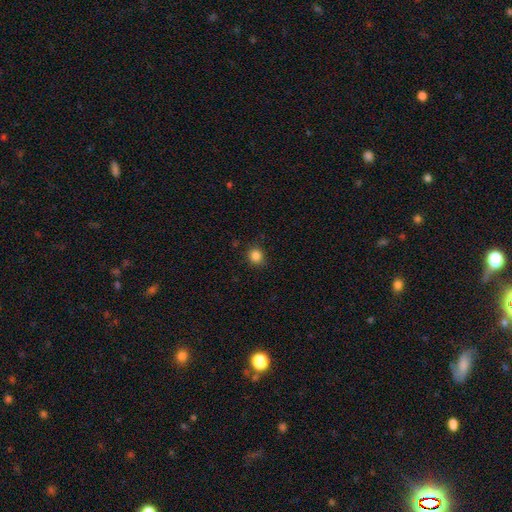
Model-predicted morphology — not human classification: Smooth or featured? Predicted: smooth (p=0.85). How rounded? Predicted: round (p=0.87). Merging? Predicted: none (p=0.89).